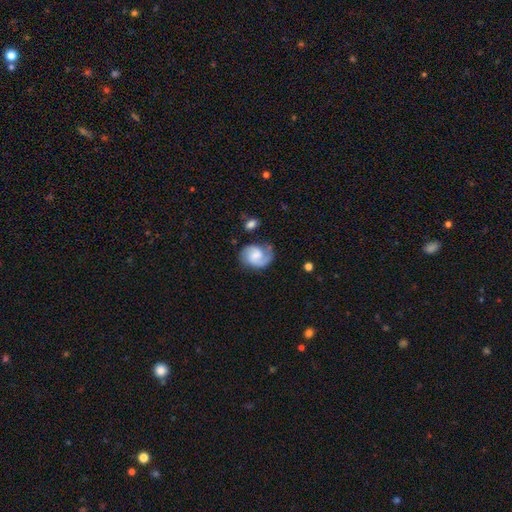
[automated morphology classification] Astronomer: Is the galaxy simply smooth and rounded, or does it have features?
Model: featured or disk — 71%.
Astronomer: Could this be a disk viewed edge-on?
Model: no — 98%.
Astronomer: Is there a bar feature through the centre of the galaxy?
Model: weak — 47% (runner-up: no, 43%).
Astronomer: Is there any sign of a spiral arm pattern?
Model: yes — 94%.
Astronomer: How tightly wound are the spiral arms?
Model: medium — 46% (runner-up: tight, 29%).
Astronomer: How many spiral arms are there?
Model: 2 — 64%.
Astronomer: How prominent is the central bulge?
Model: moderate — 33% (runner-up: small, 27%).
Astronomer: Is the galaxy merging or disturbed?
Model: none — 60%.